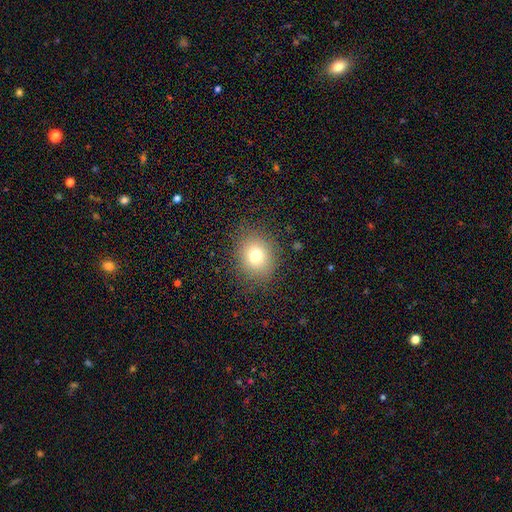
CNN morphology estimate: This appears to be a smooth galaxy with no disk features (75%) that is round (74%). Merging: none (85%).